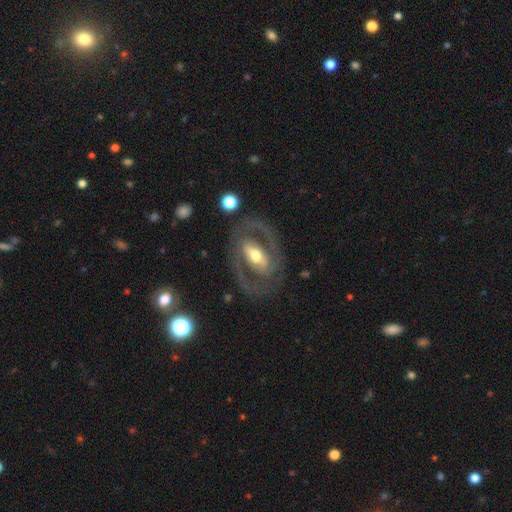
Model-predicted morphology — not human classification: A featured or disk galaxy (84%) with a strong bar (51%), 2 (84%) medium (50%) spiral arms (79%) and a moderate central bulge (67%).

Vote fractions:
- Smooth or featured? featured or disk: 84% / smooth: 11% / star or artifact: 5%
- Edge-on disk? no: 94% / yes: 6%
- Bar? strong: 51% / weak: 31% / no: 17%
- Spiral arms? yes: 79% / no: 21%
- Spiral winding? medium: 50% / tight: 33% / loose: 17%
- Spiral arm count? 2: 84% / can't tell: 8% / 1: 4% / 3: 2% / 4: 1% / more than 4: 1%
- Bulge size? moderate: 67% / small: 17% / large: 14% / dominant: 1% / none: 1%
- Merging? none: 73% / minor disturbance: 13% / major disturbance: 12% / merger: 2%